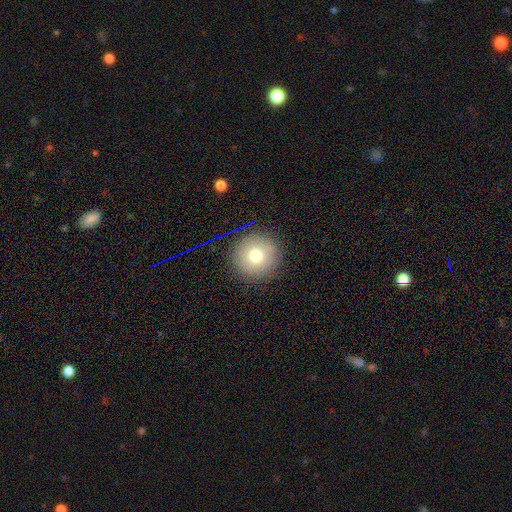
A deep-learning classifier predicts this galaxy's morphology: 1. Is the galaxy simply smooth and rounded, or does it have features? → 74% smooth, 14% featured or disk, 13% star or artifact.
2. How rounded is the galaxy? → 96% round, 3% in between, 1% cigar-shaped.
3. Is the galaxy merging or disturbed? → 89% none, 7% minor disturbance, 3% major disturbance, 1% merger.